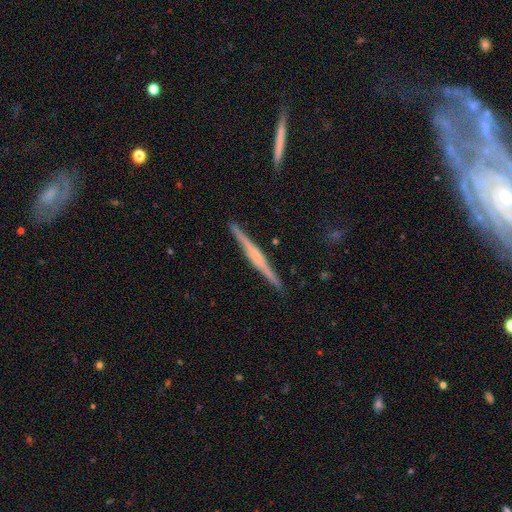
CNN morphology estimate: Smooth or featured: featured or disk — 71% (smooth — 24%)
Edge-on disk: yes — 98% (no — 2%)
Edge-on bulge: rounded — 39% (tied with none — 39%)
Merging: none — 91% (minor disturbance — 7%)